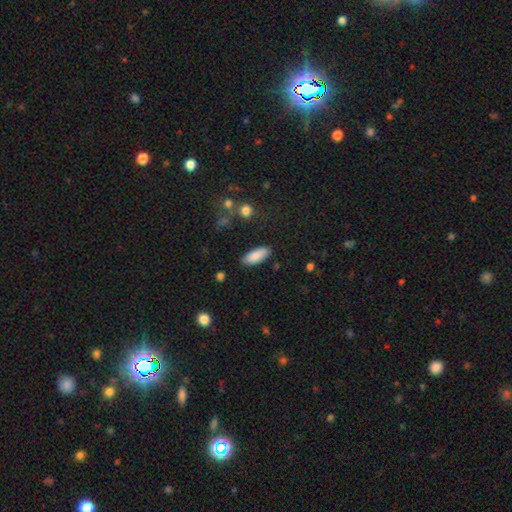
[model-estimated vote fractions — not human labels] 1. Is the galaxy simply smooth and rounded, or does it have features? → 88% smooth, 6% star or artifact, 6% featured or disk.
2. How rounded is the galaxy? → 79% in between, 19% cigar-shaped, 2% round.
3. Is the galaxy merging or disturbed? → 84% none, 12% minor disturbance, 2% major disturbance, 2% merger.